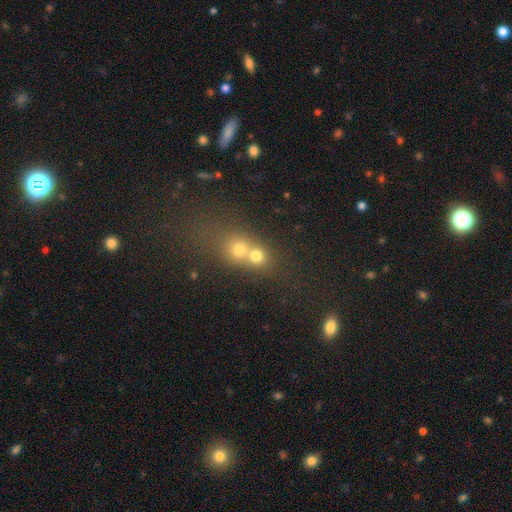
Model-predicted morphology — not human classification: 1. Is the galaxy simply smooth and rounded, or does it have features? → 71% smooth, 15% star or artifact, 14% featured or disk.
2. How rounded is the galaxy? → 77% round, 22% in between, 2% cigar-shaped.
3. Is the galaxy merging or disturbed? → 66% merger, 27% none, 5% minor disturbance, 3% major disturbance.